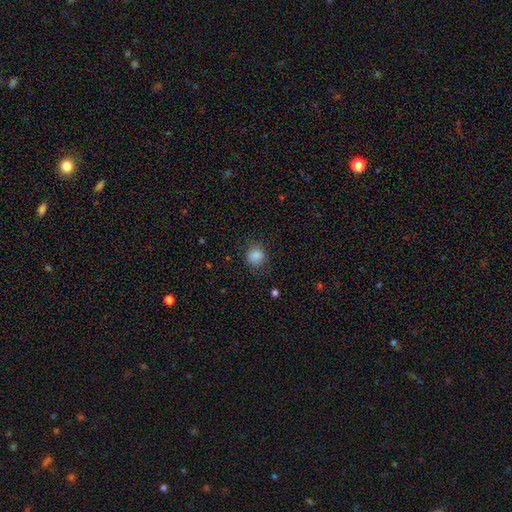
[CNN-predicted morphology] Smooth or featured: smooth — 86% (star or artifact — 10%)
How rounded: round — 84% (in between — 15%)
Merging: none — 80% (minor disturbance — 14%)